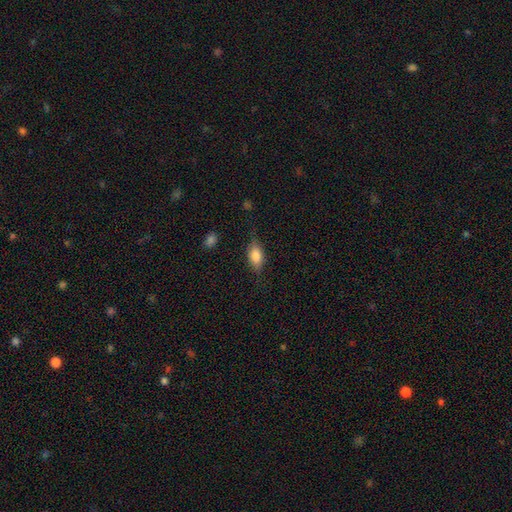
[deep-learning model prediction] Overall: smooth (74%). How rounded: in between (84%). Merging: none (71%).